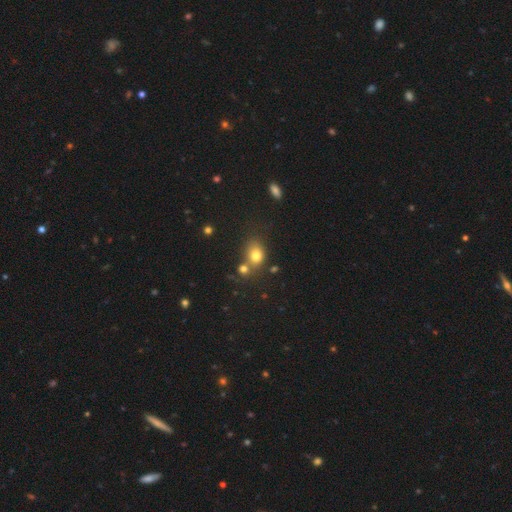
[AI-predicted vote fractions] This is likely a smooth galaxy (78%). How rounded: possibly in between (57%). Merging: possibly none (52%).